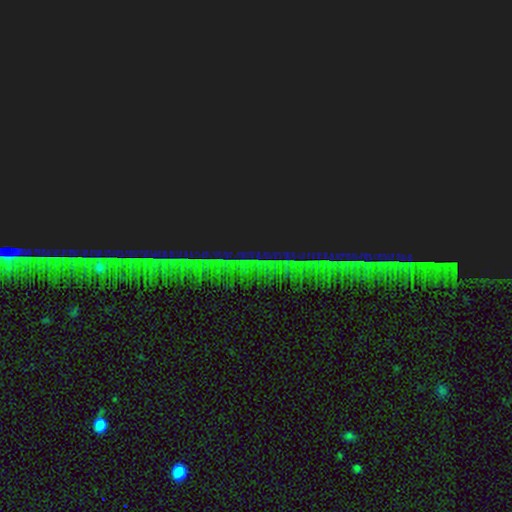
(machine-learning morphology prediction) Q: Smooth or featured?
A: star or artifact (86%); runner-up: featured or disk (7%)